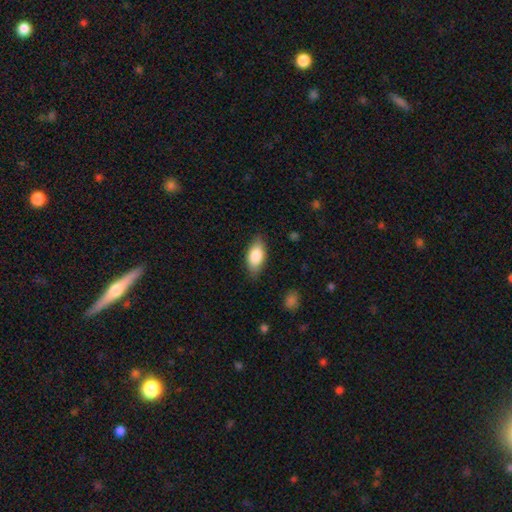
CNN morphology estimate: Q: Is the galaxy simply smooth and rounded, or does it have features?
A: smooth — 83%.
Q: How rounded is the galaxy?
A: in between — 90%.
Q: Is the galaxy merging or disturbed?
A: none — 82%.